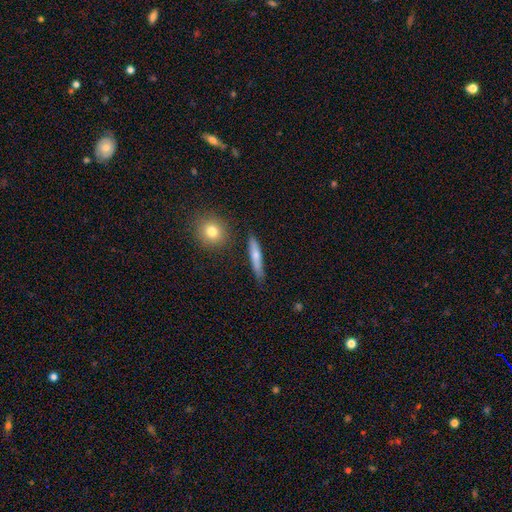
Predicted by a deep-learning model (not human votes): Smooth or featured? Predicted: smooth (p=0.65). How rounded? Predicted: cigar-shaped (p=0.84). Merging? Predicted: none (p=0.81).